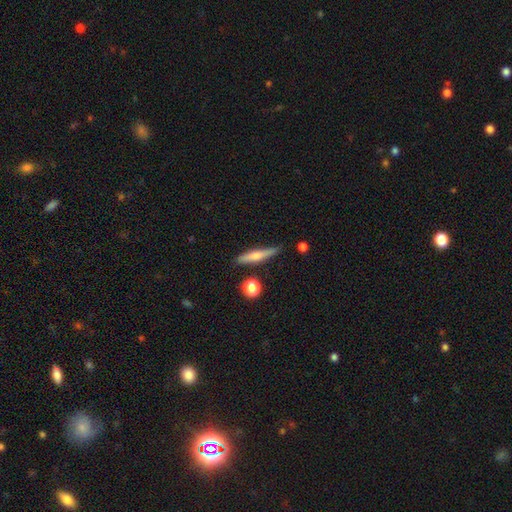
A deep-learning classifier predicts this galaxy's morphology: This appears to be a featured or disk galaxy (49%). Merging: none (83%).